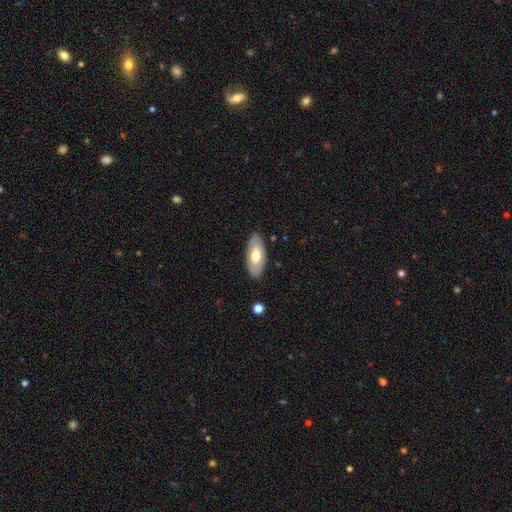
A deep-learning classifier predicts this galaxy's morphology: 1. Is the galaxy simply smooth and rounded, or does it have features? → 60% smooth, 34% featured or disk, 6% star or artifact.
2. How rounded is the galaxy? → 91% in between, 7% cigar-shaped, 2% round.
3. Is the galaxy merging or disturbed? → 86% none, 11% minor disturbance, 2% major disturbance, 1% merger.